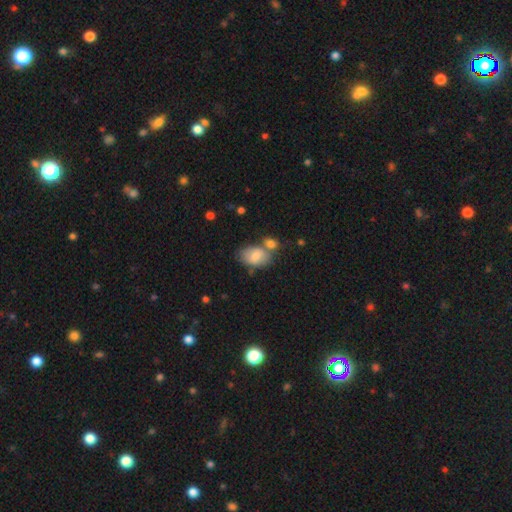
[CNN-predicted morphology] Q: Smooth or featured?
A: smooth (74%); runner-up: featured or disk (19%)
Q: How rounded?
A: in between (85%); runner-up: round (14%)
Q: Merging?
A: none (46%); runner-up: merger (31%)